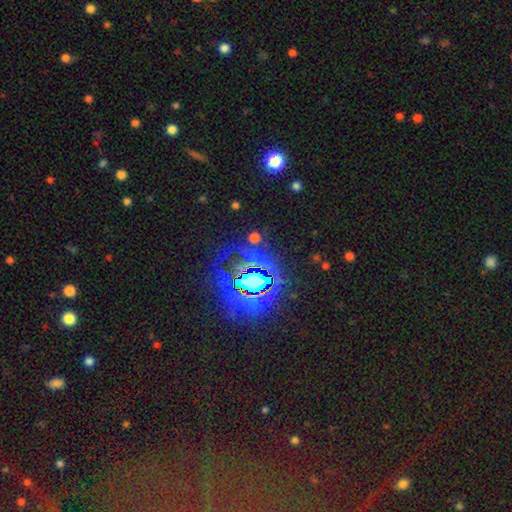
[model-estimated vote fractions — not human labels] star or artifact 79%, smooth 12%, featured or disk 9%.